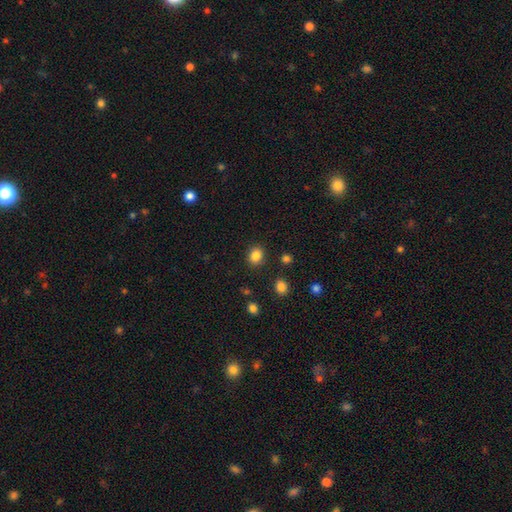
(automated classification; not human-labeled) Smooth or featured? Predicted: smooth (p=0.85). How rounded? Predicted: round (p=0.66). Merging? Predicted: none (p=0.88).